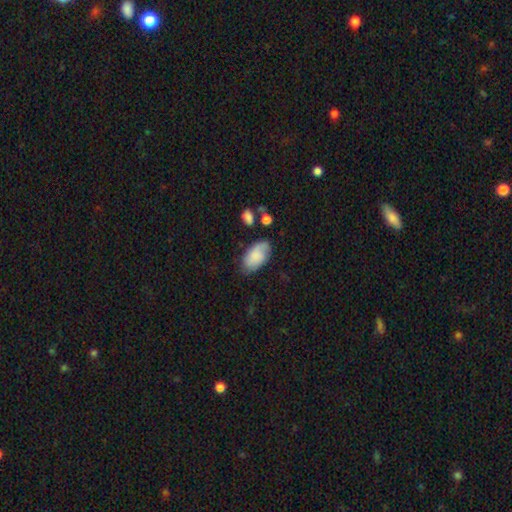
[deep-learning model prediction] A smooth galaxy with no disk features (76%) that is in between round and cigar-shaped (94%).

Vote fractions:
- Smooth or featured? smooth: 76% / featured or disk: 17% / star or artifact: 7%
- How rounded? in between: 94% / round: 4% / cigar-shaped: 2%
- Merging? none: 66% / minor disturbance: 24% / major disturbance: 6% / merger: 4%